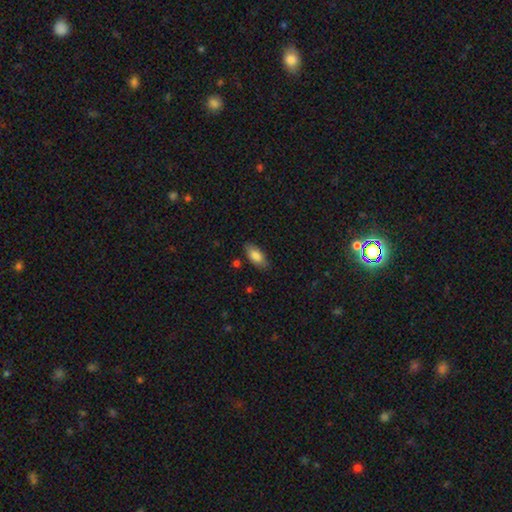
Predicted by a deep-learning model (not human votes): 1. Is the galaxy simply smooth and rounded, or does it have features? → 82% smooth, 11% featured or disk, 7% star or artifact.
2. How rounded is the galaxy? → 86% in between, 12% cigar-shaped, 2% round.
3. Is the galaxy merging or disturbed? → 83% none, 13% minor disturbance, 3% major disturbance, 2% merger.